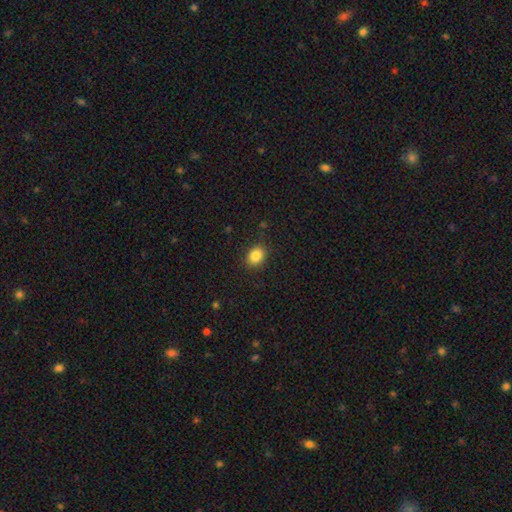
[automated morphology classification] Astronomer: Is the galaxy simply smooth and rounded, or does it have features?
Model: smooth — 85%.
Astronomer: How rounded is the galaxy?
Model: in between — 54% (runner-up: round, 45%).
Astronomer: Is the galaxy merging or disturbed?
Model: none — 87%.